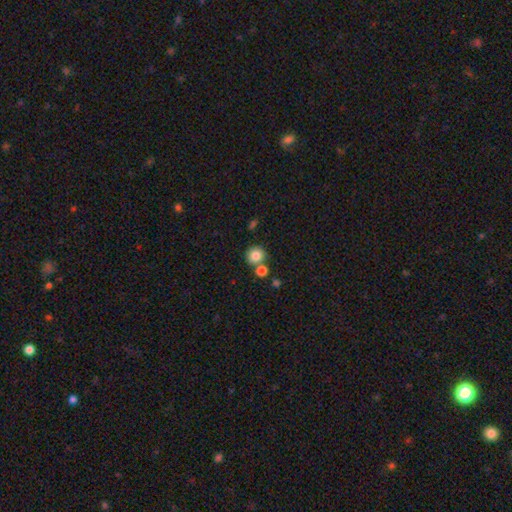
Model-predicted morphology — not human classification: Q: Smooth or featured?
A: smooth (83%); runner-up: star or artifact (10%)
Q: How rounded?
A: round (91%); runner-up: in between (8%)
Q: Merging?
A: none (69%); runner-up: merger (20%)